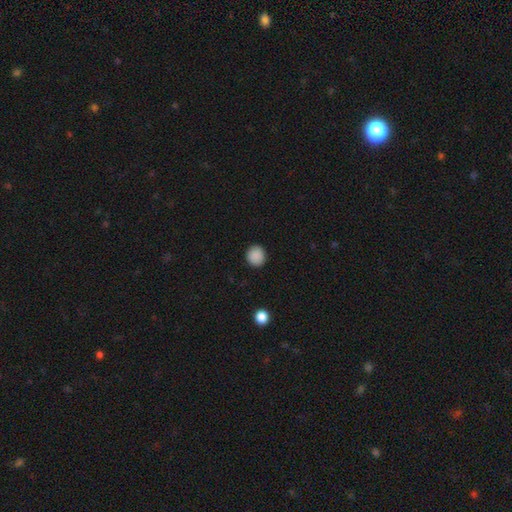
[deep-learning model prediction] smooth_or_featured: smooth (p=0.89) [alt: star or artifact p=0.09]
how_rounded: round (p=0.88) [alt: in between p=0.11]
merging: none (p=0.91) [alt: minor disturbance p=0.06]